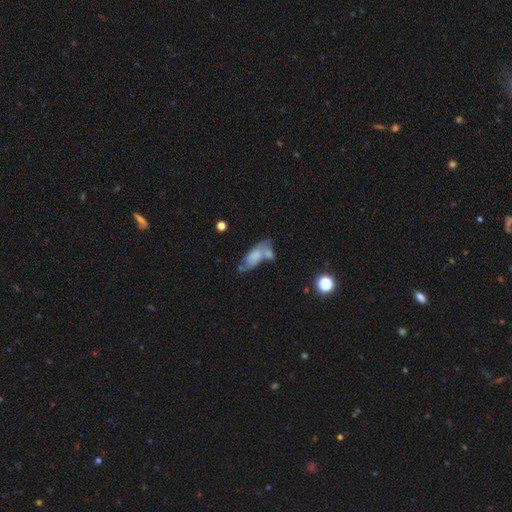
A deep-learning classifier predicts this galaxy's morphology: A smooth galaxy with no disk features (64%) that is in between round and cigar-shaped (83%).

Vote fractions:
- Smooth or featured? smooth: 64% / featured or disk: 27% / star or artifact: 9%
- How rounded? in between: 83% / cigar-shaped: 13% / round: 4%
- Merging? merger: 38% / none: 29% / minor disturbance: 19% / major disturbance: 13%